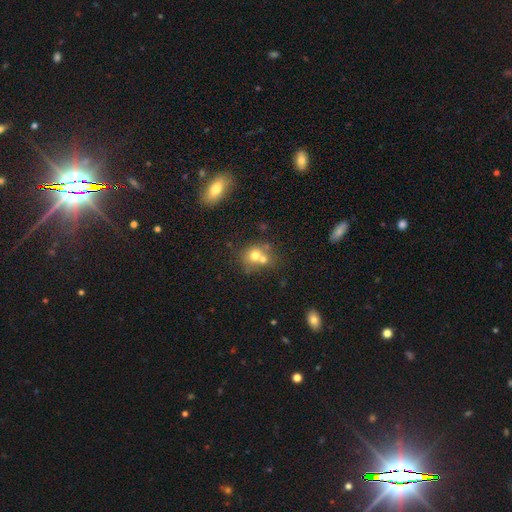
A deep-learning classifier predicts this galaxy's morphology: This appears to be a smooth galaxy with no disk features (68%) that is round (70%). Merging: merger (50%).